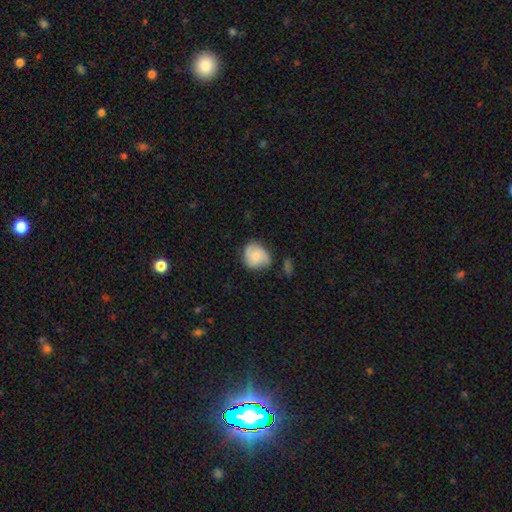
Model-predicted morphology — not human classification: smooth_or_featured: featured or disk (p=0.48) [alt: smooth p=0.45]
merging: none (p=0.61) [alt: minor disturbance p=0.27]